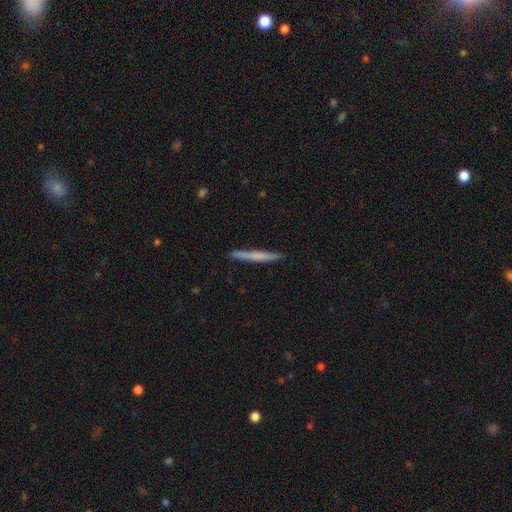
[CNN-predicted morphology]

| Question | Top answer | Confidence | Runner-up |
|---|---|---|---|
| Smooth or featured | smooth | 59% | featured or disk (35%) |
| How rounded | cigar-shaped | 96% | in between (2%) |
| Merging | none | 89% | minor disturbance (8%) |